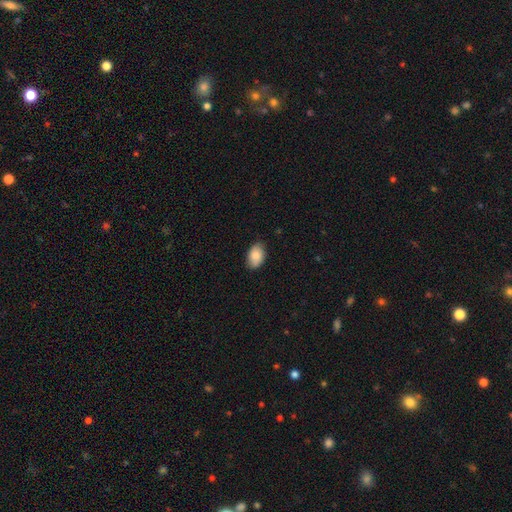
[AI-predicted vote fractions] The model was most divided on "merging": none: 83%, minor disturbance: 13%, major disturbance: 2%, merger: 1%. More confident: how rounded — in between (90%); smooth or featured — smooth (84%).